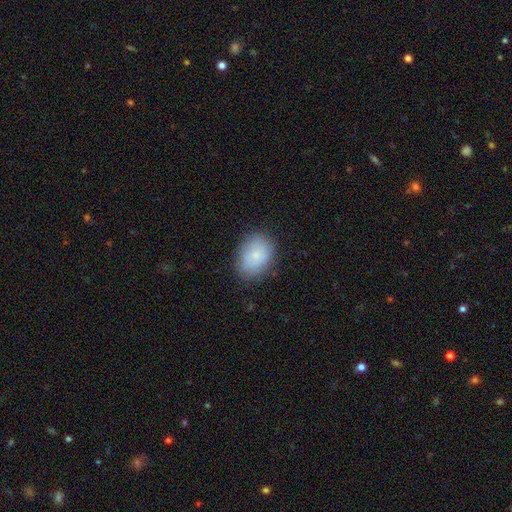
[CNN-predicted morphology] type=smooth (82%); roundness=in between (72%); merging=none (79%).